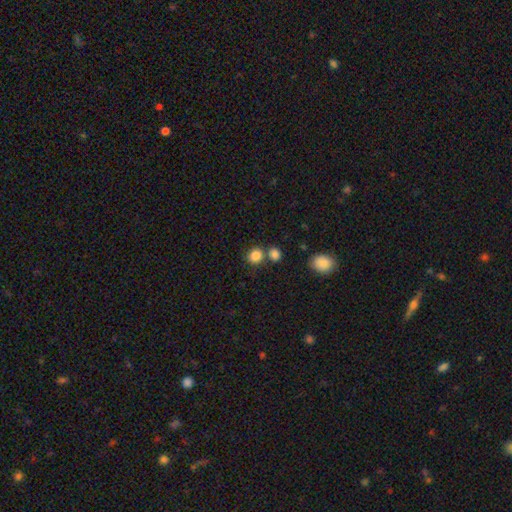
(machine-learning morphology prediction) Overall: smooth (85%). How rounded: round (79%). Merging: none (62%; merger 26%).